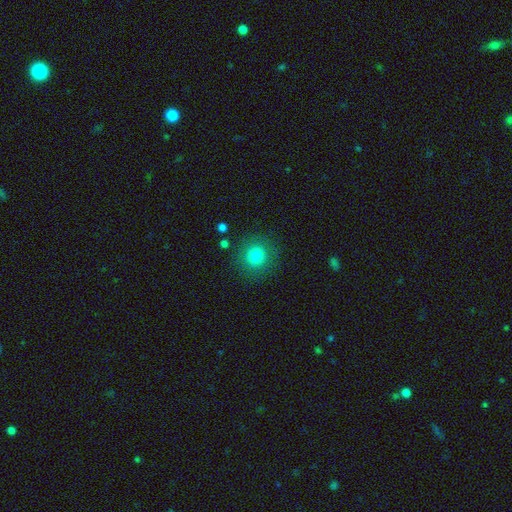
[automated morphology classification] The model was most divided on "smooth or featured": smooth: 80%, star or artifact: 12%, featured or disk: 8%. More confident: how rounded — round (92%); merging — none (86%).